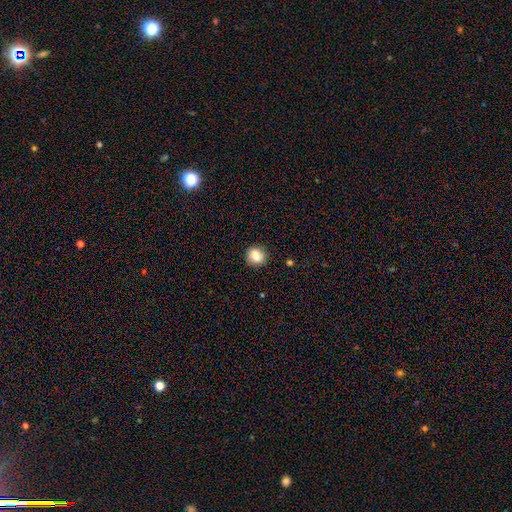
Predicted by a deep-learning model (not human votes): Q: Smooth or featured?
A: smooth (82%); runner-up: star or artifact (10%)
Q: How rounded?
A: round (81%); runner-up: in between (18%)
Q: Merging?
A: none (87%); runner-up: minor disturbance (10%)